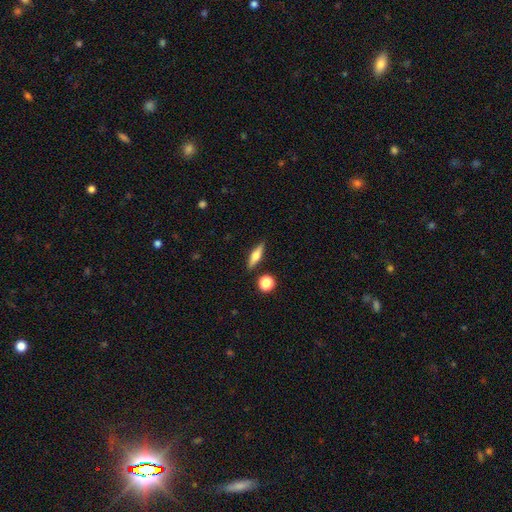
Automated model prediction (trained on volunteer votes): Smooth or featured?
  - smooth: 47% *
  - featured or disk: 45%
  - star or artifact: 8%
Merging?
  - none: 86% *
  - minor disturbance: 8%
  - merger: 4%
  - major disturbance: 2%